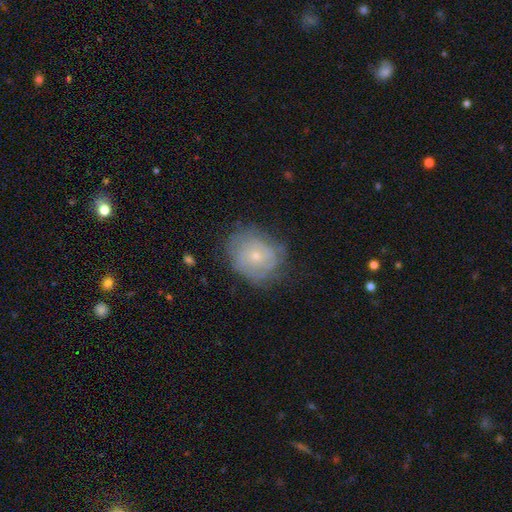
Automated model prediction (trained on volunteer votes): A featured or disk galaxy (53%) with no bar (83%), spiral arms (67%) and a small central bulge (71%).

Vote fractions:
- Smooth or featured? featured or disk: 53% / smooth: 38% / star or artifact: 9%
- Edge-on disk? no: 97% / yes: 3%
- Bar? no: 83% / weak: 14% / strong: 2%
- Spiral arms? yes: 67% / no: 33%
- Bulge size? small: 71% / moderate: 25% / none: 2% / large: 1% / dominant: 1%
- Merging? none: 66% / minor disturbance: 23% / major disturbance: 10% / merger: 1%